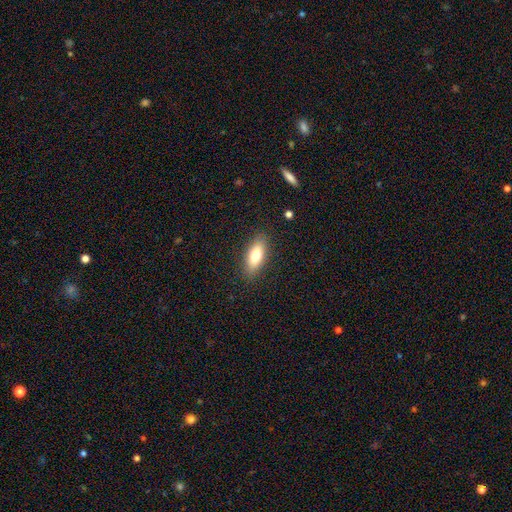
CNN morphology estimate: Smooth or featured? smooth (75%)
How rounded? in between (73%)
Merging? none (87%)